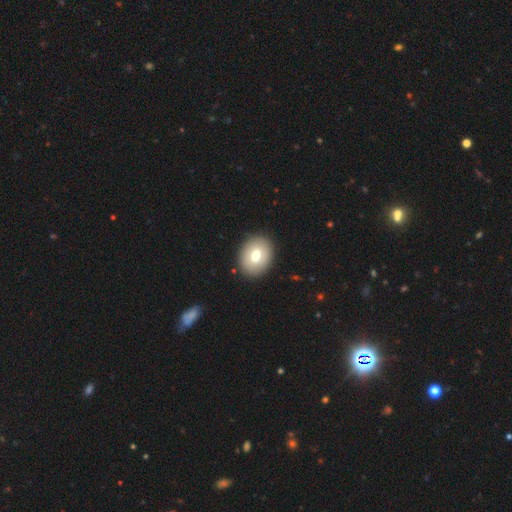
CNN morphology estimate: smooth 72%, featured or disk 21%, star or artifact 8%. Down the decision tree: how rounded — in between (58%); merging — none (89%).